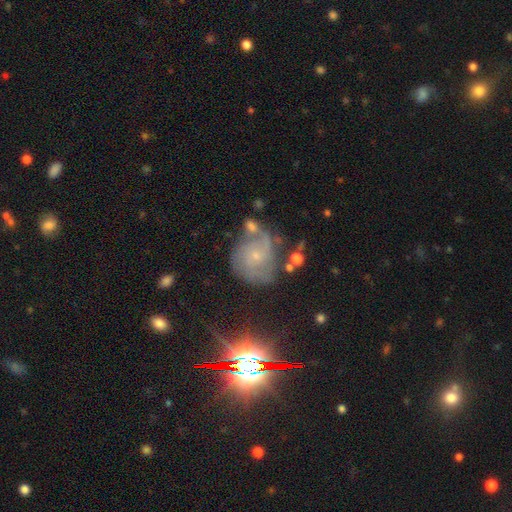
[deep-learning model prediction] This is likely a featured or disk galaxy (73%). It is clearly not viewed edge-on (98%). Bar: likely no (74%). Spiral arm pattern: clearly yes (91%). Spiral arm count: marginally 2 (35%). Spiral winding: marginally tight (42%, tied with medium). Central bulge: clearly small (80%). Merging: possibly none (52%).